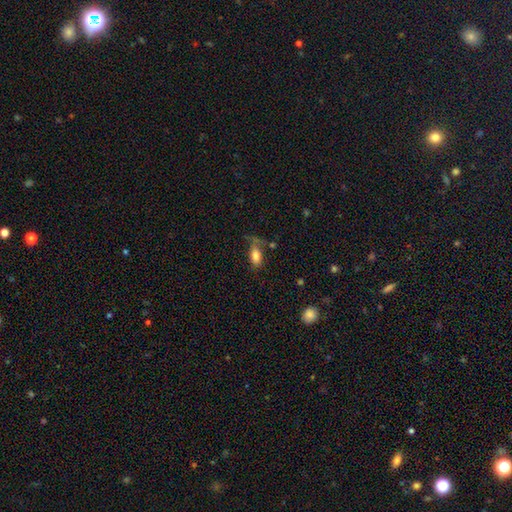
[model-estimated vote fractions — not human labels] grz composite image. It shows a smooth galaxy with no disk features (80%) that is in between round and cigar-shaped (88%). Merging: none (56%).